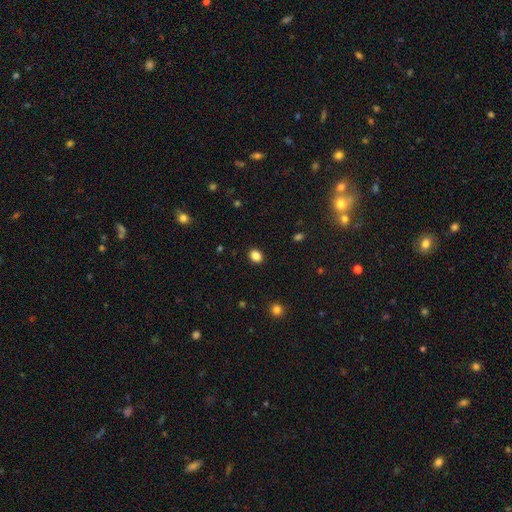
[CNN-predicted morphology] Smooth or featured: smooth — 86% (star or artifact — 11%)
How rounded: in between — 51% (round — 48%)
Merging: none — 90% (minor disturbance — 7%)